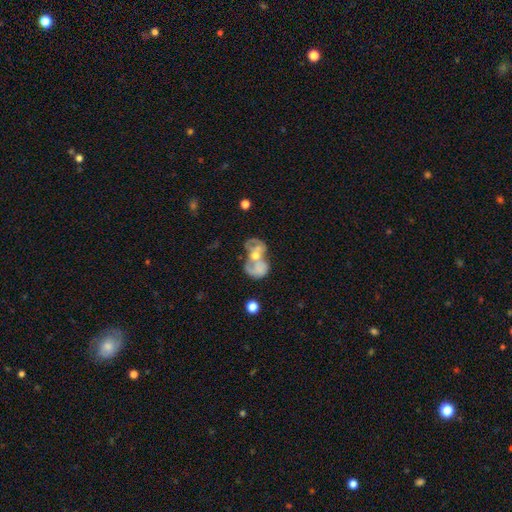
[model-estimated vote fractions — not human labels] This is likely a featured or disk galaxy (62%). It is clearly not viewed edge-on (97%). Bar: likely no (74%). Spiral arm pattern: possibly yes (58%). Central bulge: possibly moderate (55%). Merging: likely merger (64%).